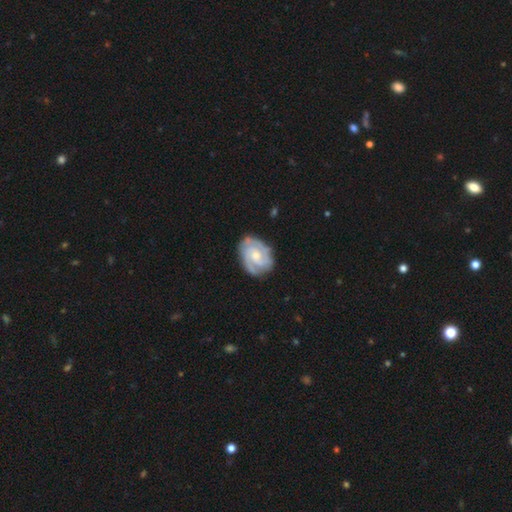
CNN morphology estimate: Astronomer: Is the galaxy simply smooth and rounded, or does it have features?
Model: featured or disk — 88%.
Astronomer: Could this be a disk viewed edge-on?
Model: no — 98%.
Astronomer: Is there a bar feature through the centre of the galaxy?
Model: no — 62%.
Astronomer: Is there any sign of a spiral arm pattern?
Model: yes — 97%.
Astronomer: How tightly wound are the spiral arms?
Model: tight — 61%.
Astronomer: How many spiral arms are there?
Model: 2 — 42% (runner-up: 3, 34%).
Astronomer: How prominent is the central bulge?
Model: small — 49% (runner-up: moderate, 46%).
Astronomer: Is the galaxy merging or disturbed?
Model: none — 78%.